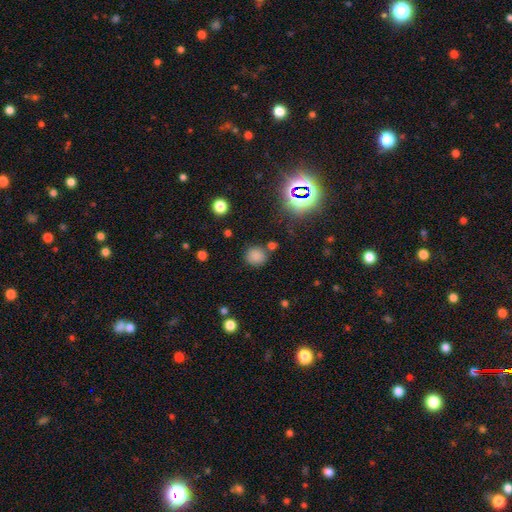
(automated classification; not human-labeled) Smooth or featured: smooth — 77% (star or artifact — 18%)
How rounded: round — 85% (in between — 14%)
Merging: none — 79% (minor disturbance — 10%)